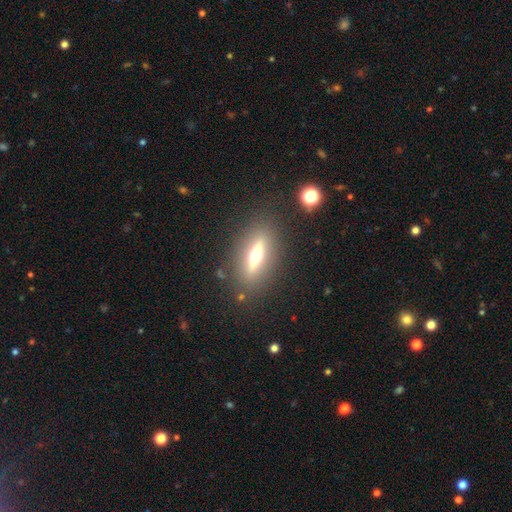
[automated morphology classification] smooth_or_featured: featured or disk (p=0.62) [alt: smooth p=0.29]
disk_edge_on: yes (p=0.83) [alt: no p=0.17]
edge_on_bulge: rounded (p=0.93) [alt: boxy p=0.04]
merging: none (p=0.85) [alt: minor disturbance p=0.09]